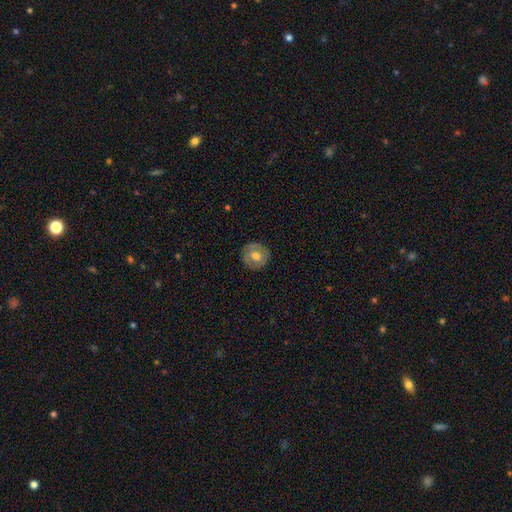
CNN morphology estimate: A smooth galaxy with no disk features (61%) that is round (92%).

Vote fractions:
- Smooth or featured? smooth: 61% / featured or disk: 32% / star or artifact: 8%
- How rounded? round: 92% / in between: 7% / cigar-shaped: 1%
- Merging? none: 87% / minor disturbance: 10% / major disturbance: 2% / merger: 1%